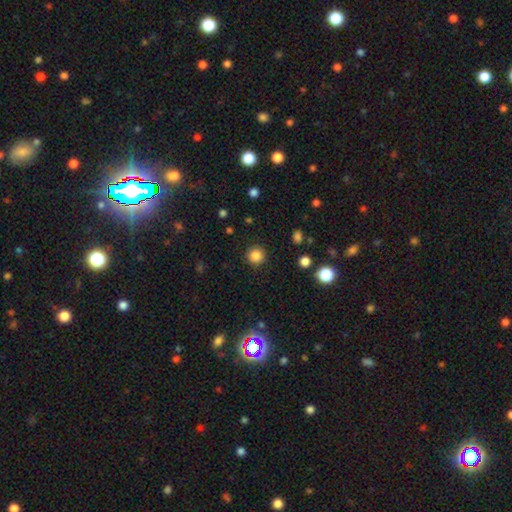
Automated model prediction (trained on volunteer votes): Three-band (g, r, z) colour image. It shows a smooth galaxy with no disk features (85%) that is round (94%). Merging: none (91%).